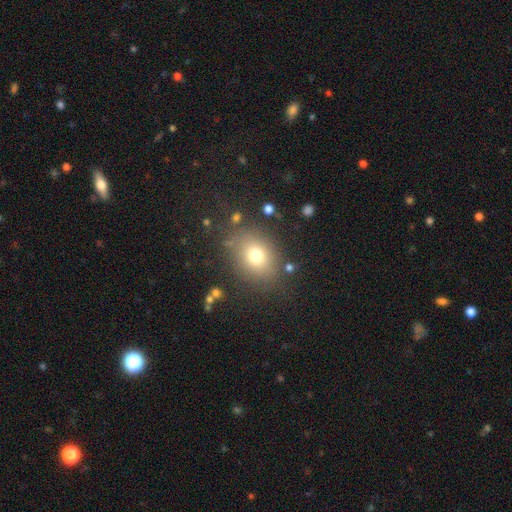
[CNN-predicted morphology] The model was most divided on "how rounded": round: 53%, in between: 46%, cigar-shaped: 1%. More confident: merging — none (79%); smooth or featured — smooth (73%).